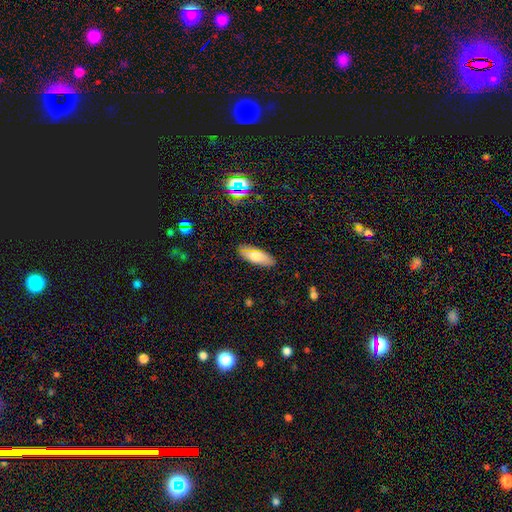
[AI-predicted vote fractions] smooth-or-featured: smooth: 70% | featured or disk: 21% | star or artifact: 9%
  how-rounded: in between: 77% | cigar-shaped: 21% | round: 2%
  merging: none: 83% | minor disturbance: 13% | major disturbance: 3% | merger: 1%